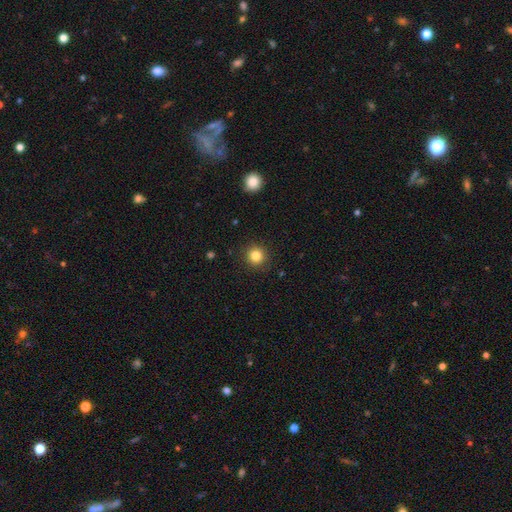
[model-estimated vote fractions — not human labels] smooth-or-featured: smooth: 83% | star or artifact: 12% | featured or disk: 5%
  how-rounded: round: 93% | in between: 6% | cigar-shaped: 1%
  merging: none: 90% | minor disturbance: 6% | major disturbance: 2% | merger: 1%